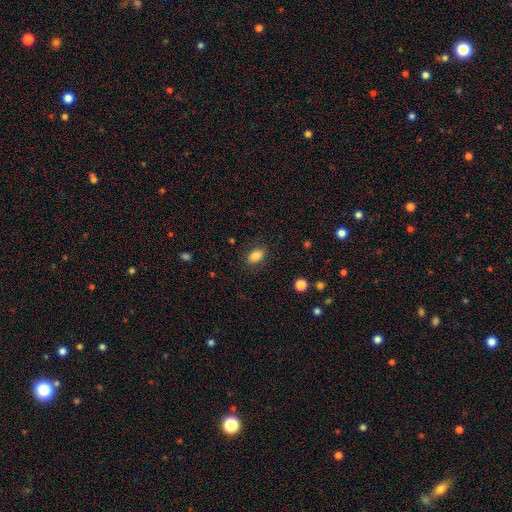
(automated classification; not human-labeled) smooth 85%, star or artifact 9%, featured or disk 6%. Down the decision tree: how rounded — in between (86%); merging — none (84%).